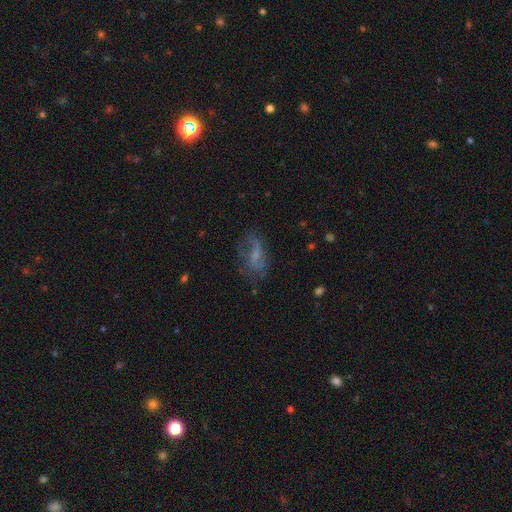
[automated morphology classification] This appears to be a featured or disk galaxy (52%). Merging: none (52%).